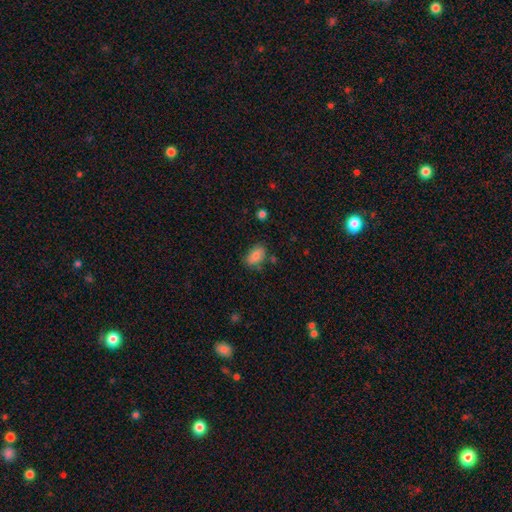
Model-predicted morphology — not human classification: This appears to be a smooth galaxy with no disk features (81%) that is in between round and cigar-shaped (88%). Merging: none (72%).